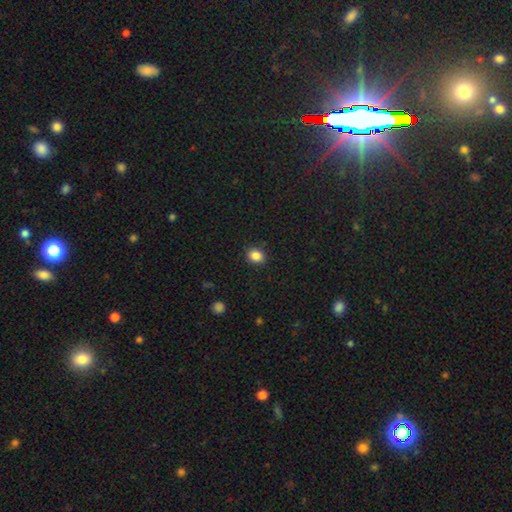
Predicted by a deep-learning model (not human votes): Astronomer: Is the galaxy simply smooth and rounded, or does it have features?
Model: smooth — 86%.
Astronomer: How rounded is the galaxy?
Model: round — 55% (runner-up: in between, 44%).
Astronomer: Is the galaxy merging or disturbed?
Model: none — 89%.